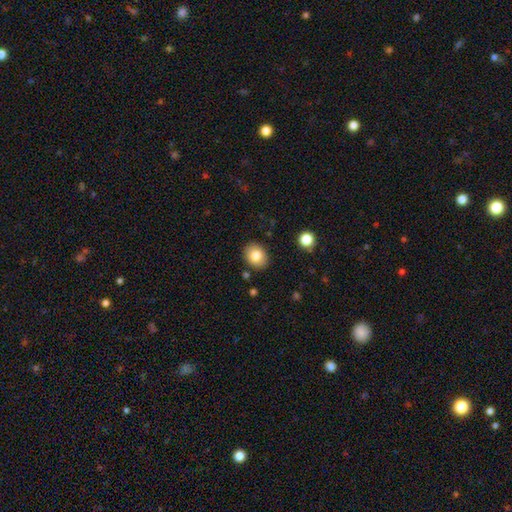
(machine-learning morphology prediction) type=smooth (81%); roundness=in between (50%); merging=none (88%).